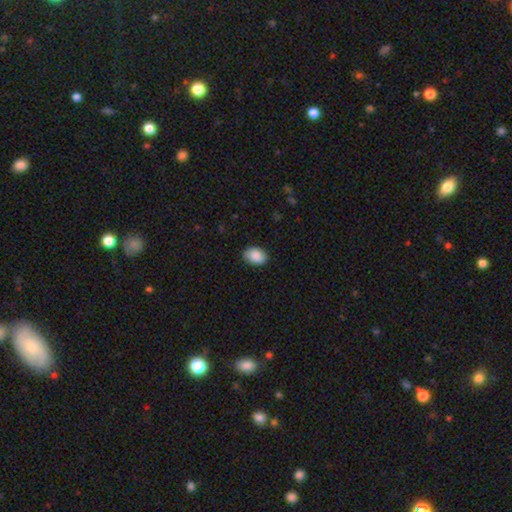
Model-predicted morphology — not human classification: Smooth or featured: smooth — 86% (featured or disk — 7%)
How rounded: in between — 80% (round — 19%)
Merging: none — 84% (minor disturbance — 12%)